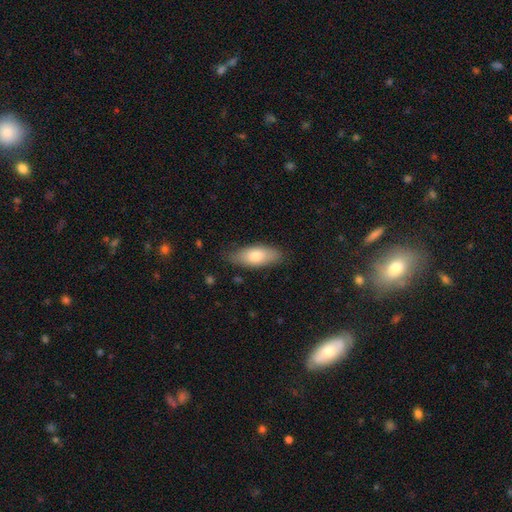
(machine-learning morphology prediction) A smooth galaxy with no disk features (75%) that is in between round and cigar-shaped (79%).

Vote fractions:
- Smooth or featured? smooth: 75% / featured or disk: 19% / star or artifact: 6%
- How rounded? in between: 79% / cigar-shaped: 19% / round: 3%
- Merging? none: 79% / minor disturbance: 17% / major disturbance: 3% / merger: 1%